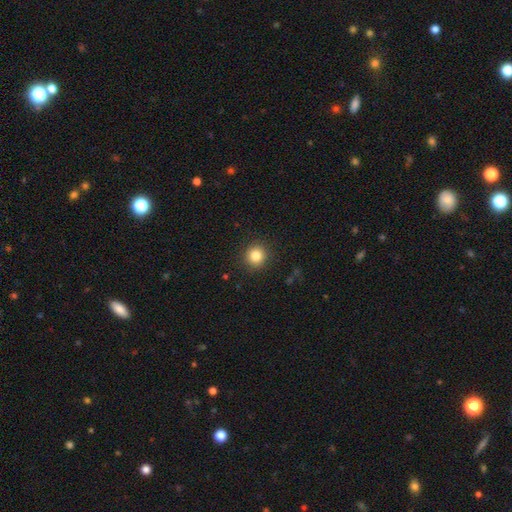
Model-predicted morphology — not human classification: The model was most divided on "smooth or featured": smooth: 83%, star or artifact: 11%, featured or disk: 6%. More confident: how rounded — round (91%); merging — none (91%).